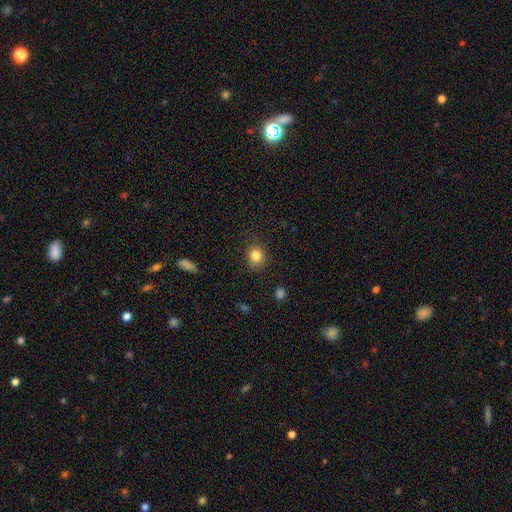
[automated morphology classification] Smooth or featured: smooth — 83% (star or artifact — 11%)
How rounded: round — 69% (in between — 30%)
Merging: none — 81% (minor disturbance — 14%)